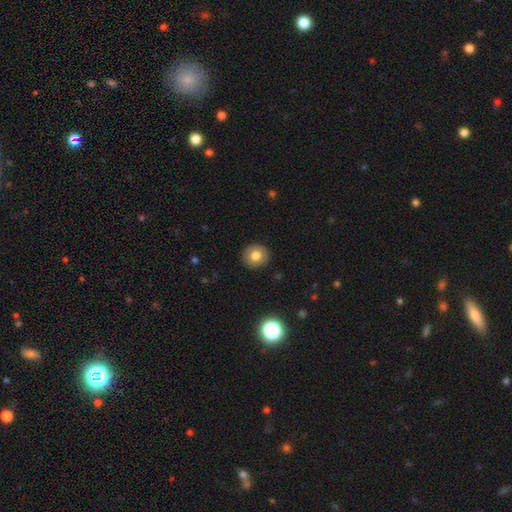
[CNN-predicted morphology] smooth_or_featured: smooth (p=0.78) [alt: featured or disk p=0.13]
how_rounded: round (p=0.90) [alt: in between p=0.09]
merging: none (p=0.91) [alt: minor disturbance p=0.06]